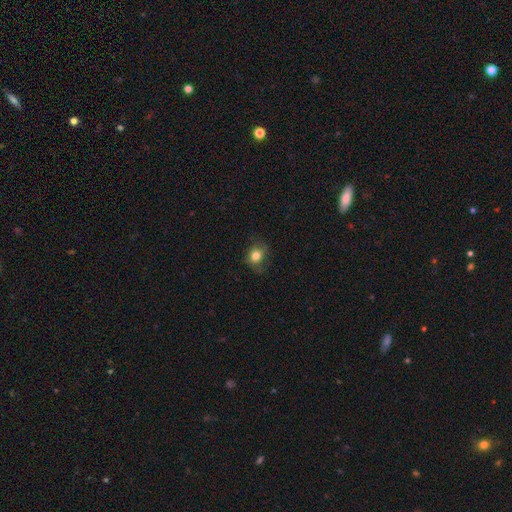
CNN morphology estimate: A smooth galaxy with no disk features (76%) that is round (64%).

Vote fractions:
- Smooth or featured? smooth: 76% / featured or disk: 12% / star or artifact: 11%
- How rounded? round: 64% / in between: 35% / cigar-shaped: 1%
- Merging? none: 66% / minor disturbance: 23% / major disturbance: 10% / merger: 1%